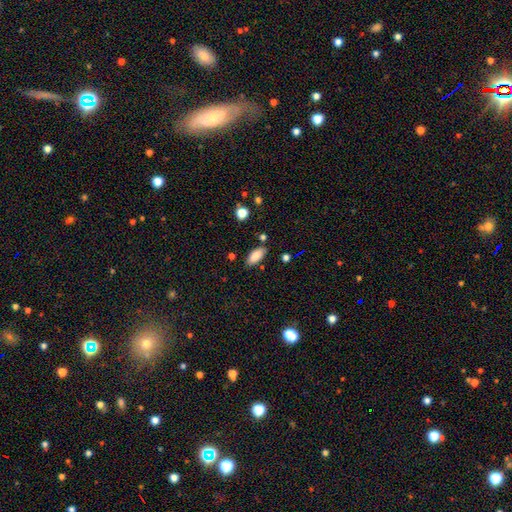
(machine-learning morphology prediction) smooth-or-featured: smooth: 84% | featured or disk: 8% | star or artifact: 8%
  how-rounded: in between: 86% | cigar-shaped: 12% | round: 2%
  merging: none: 82% | minor disturbance: 12% | merger: 4% | major disturbance: 3%